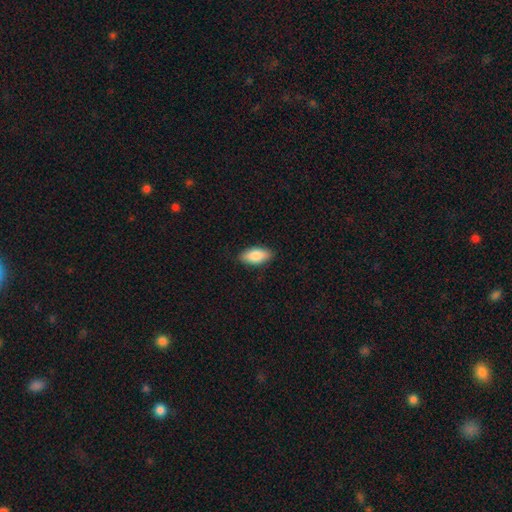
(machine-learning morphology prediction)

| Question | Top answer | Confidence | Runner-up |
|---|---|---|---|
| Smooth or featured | smooth | 84% | featured or disk (10%) |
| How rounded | in between | 90% | cigar-shaped (8%) |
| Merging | none | 86% | minor disturbance (11%) |